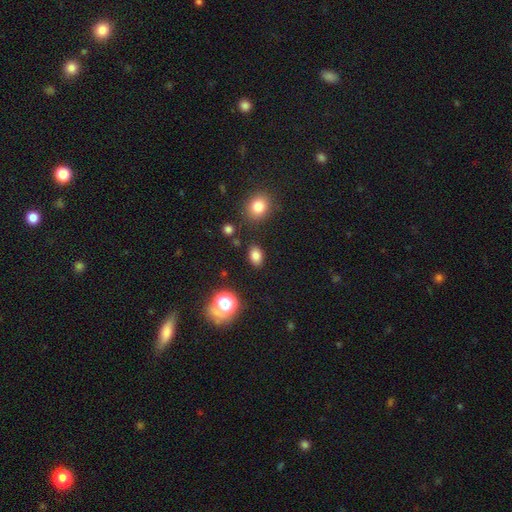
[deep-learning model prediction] A smooth galaxy with no disk features (80%) that is in between round and cigar-shaped (80%). Merging: none (85%).